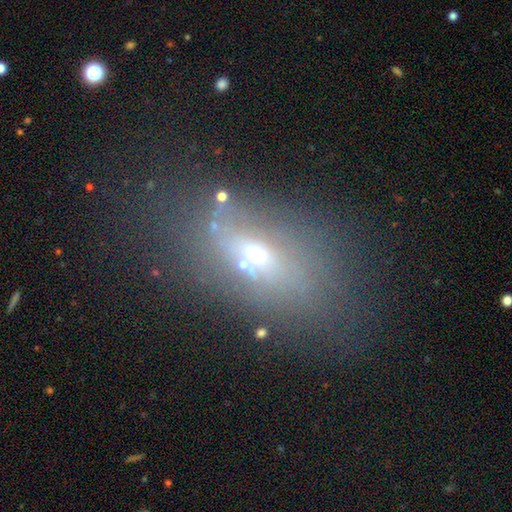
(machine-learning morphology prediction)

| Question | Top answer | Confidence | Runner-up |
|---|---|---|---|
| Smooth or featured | smooth | 49% | featured or disk (31%) |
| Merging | none | 62% | minor disturbance (19%) |